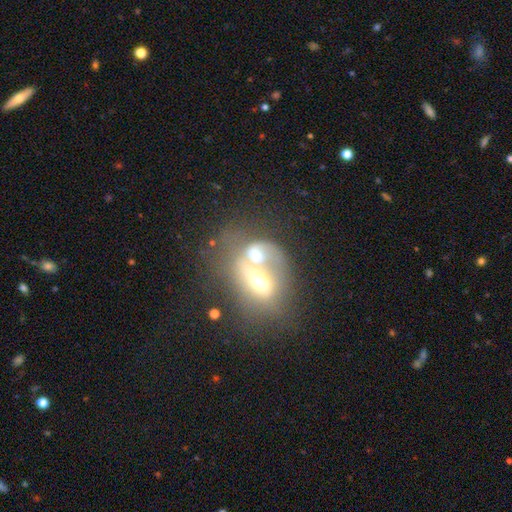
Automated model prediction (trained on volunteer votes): smooth 45%, featured or disk 44%, star or artifact 11%. Down the decision tree: merging — merger (77%).